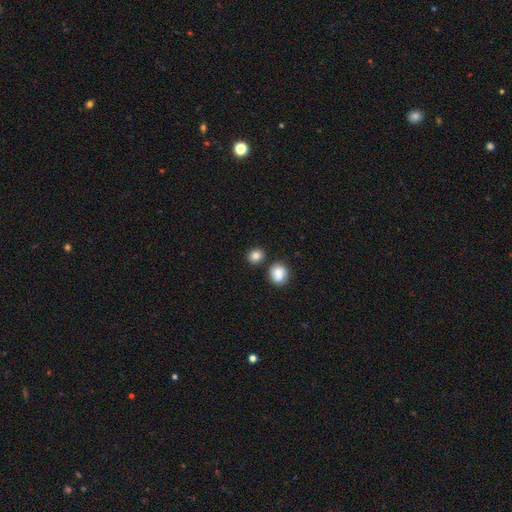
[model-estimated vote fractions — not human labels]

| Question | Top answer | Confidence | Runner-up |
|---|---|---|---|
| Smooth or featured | smooth | 85% | star or artifact (10%) |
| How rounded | round | 80% | in between (19%) |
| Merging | none | 81% | merger (9%) |